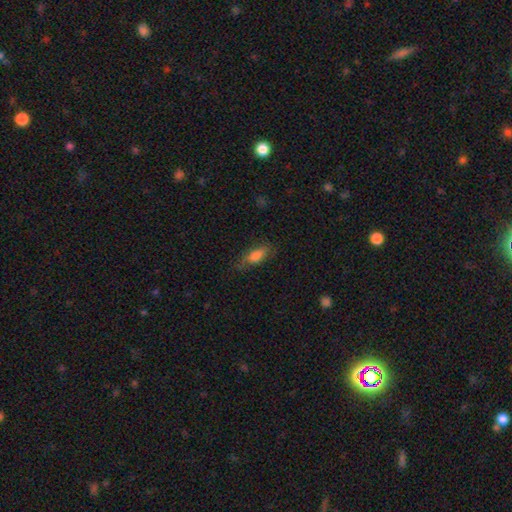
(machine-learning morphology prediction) The model was most divided on "merging": none: 69%, minor disturbance: 22%, major disturbance: 7%, merger: 1%. More confident: smooth or featured — smooth (76%); how rounded — in between (73%).